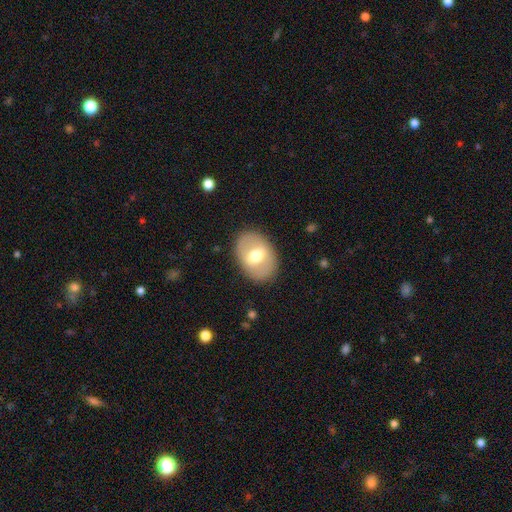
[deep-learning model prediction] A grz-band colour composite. It shows a smooth galaxy with no disk features (52%) that is in between round and cigar-shaped (73%). Merging: none (85%).